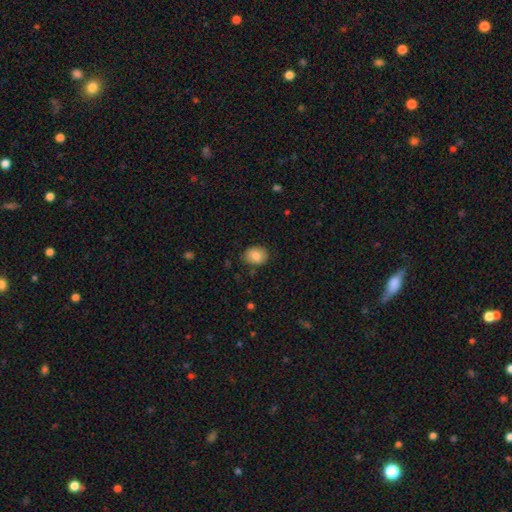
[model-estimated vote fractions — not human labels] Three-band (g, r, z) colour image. It shows a smooth galaxy with no disk features (86%) that is in between round and cigar-shaped (55%). Merging: none (83%).